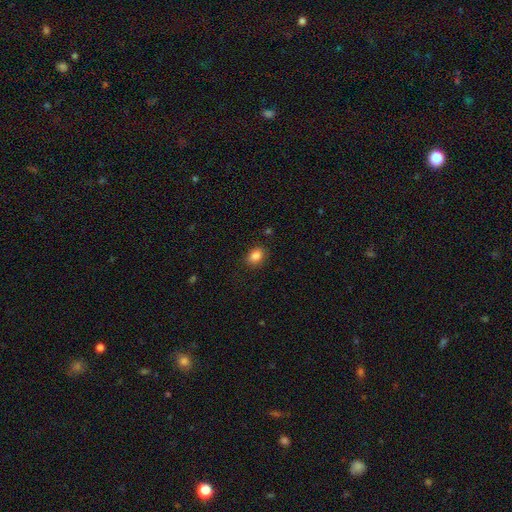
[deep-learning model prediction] The model was most divided on "how rounded": in between: 65%, round: 33%, cigar-shaped: 1%. More confident: smooth or featured — smooth (85%); merging — none (85%).